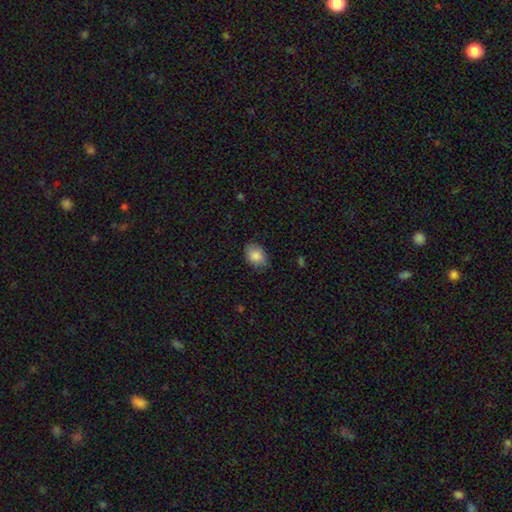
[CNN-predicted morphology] Smooth or featured? smooth (87%)
How rounded? in between (78%)
Merging? none (80%)